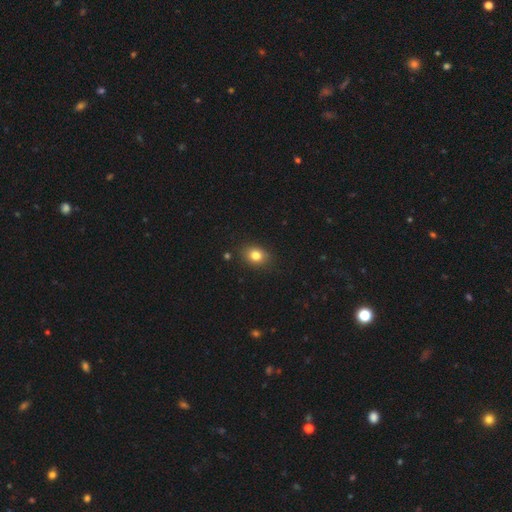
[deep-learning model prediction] The model was most divided on "how rounded": in between: 51%, round: 48%, cigar-shaped: 1%. More confident: merging — none (86%); smooth or featured — smooth (81%).